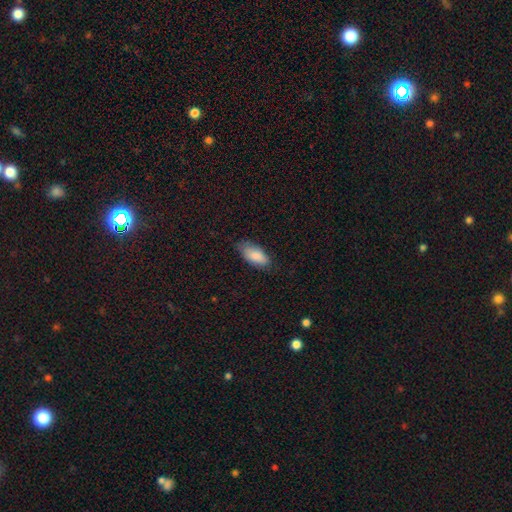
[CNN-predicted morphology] type=smooth (86%); roundness=in between (89%); merging=none (71%).